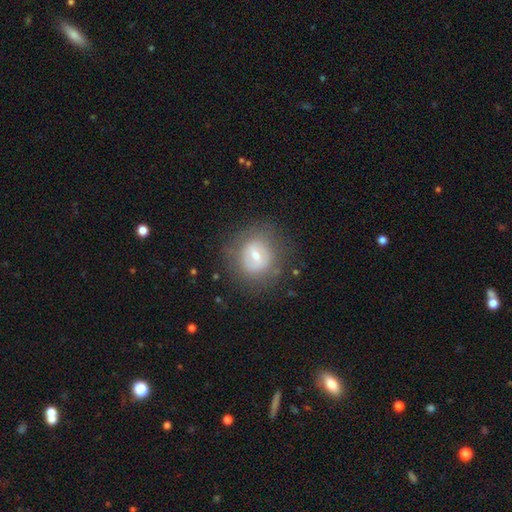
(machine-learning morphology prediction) Smooth or featured: featured or disk — 48% (smooth — 42%)
Merging: none — 77% (minor disturbance — 14%)